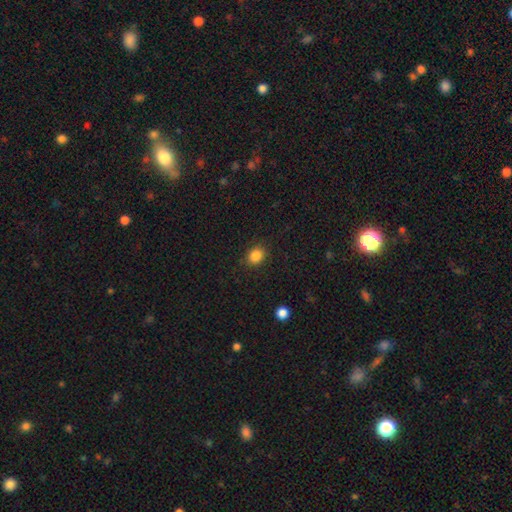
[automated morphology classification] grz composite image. It shows a smooth galaxy with no disk features (85%) that is round (60%). Merging: none (86%).